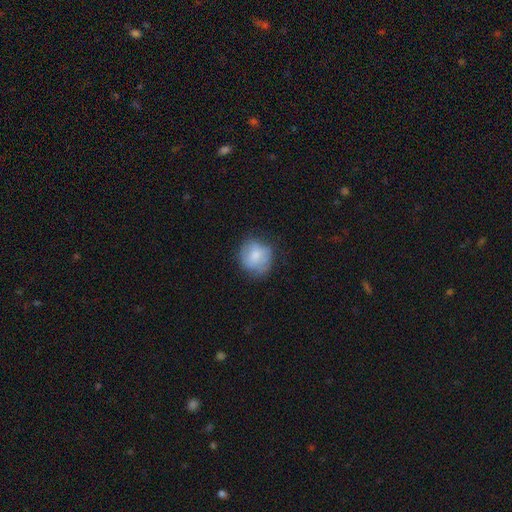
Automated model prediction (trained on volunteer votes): Smooth or featured? smooth (72%)
How rounded? round (83%)
Merging? none (66%)